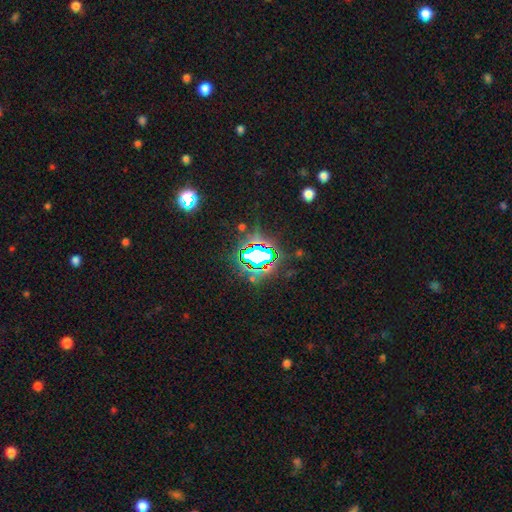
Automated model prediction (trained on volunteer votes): smooth_or_featured: star or artifact (p=0.76) [alt: smooth p=0.13]